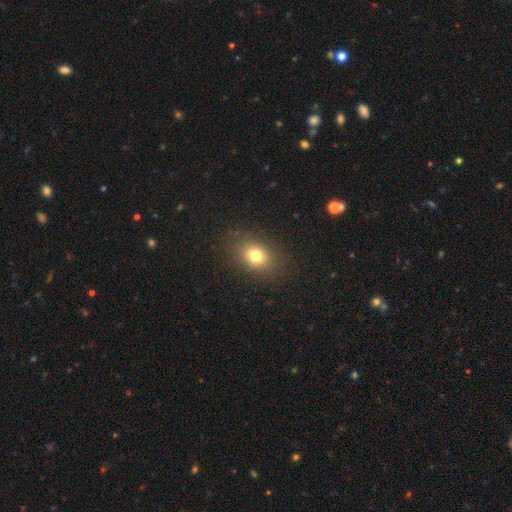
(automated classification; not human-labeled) Morphology: type=smooth (76%); roundness=in between (61%); merging=none (85%).